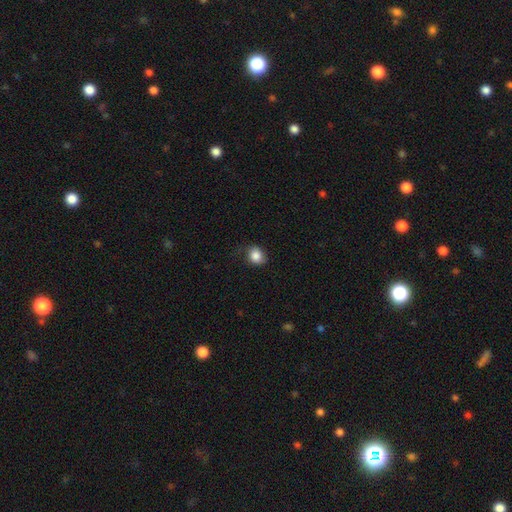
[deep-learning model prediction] The model was most divided on "how rounded": round: 61%, in between: 38%, cigar-shaped: 1%. More confident: smooth or featured — smooth (85%); merging — none (68%).